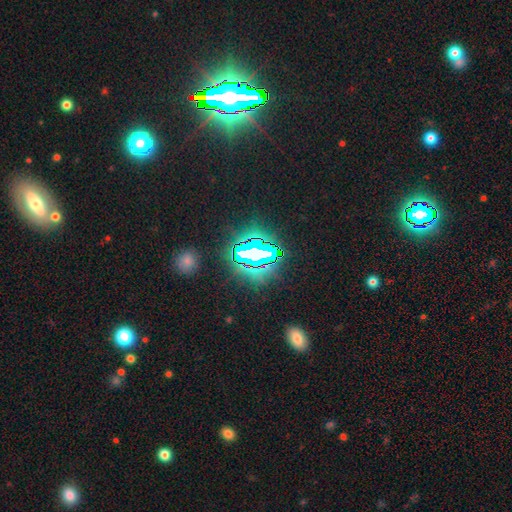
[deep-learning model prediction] Smooth or featured? Predicted: star or artifact (p=0.78).